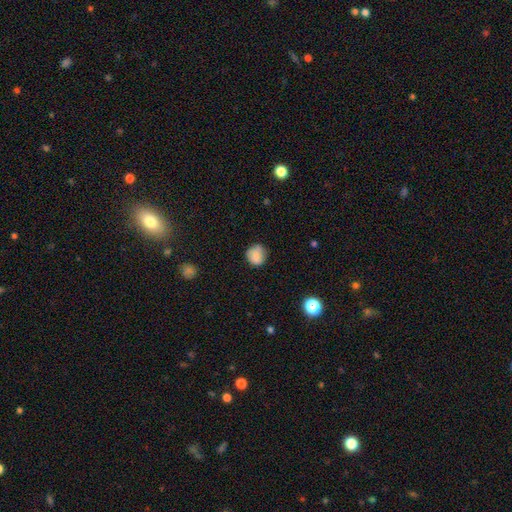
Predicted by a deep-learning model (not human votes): The model was most divided on "merging": none: 78%, minor disturbance: 17%, major disturbance: 4%, merger: 1%. More confident: how rounded — round (87%); smooth or featured — smooth (82%).